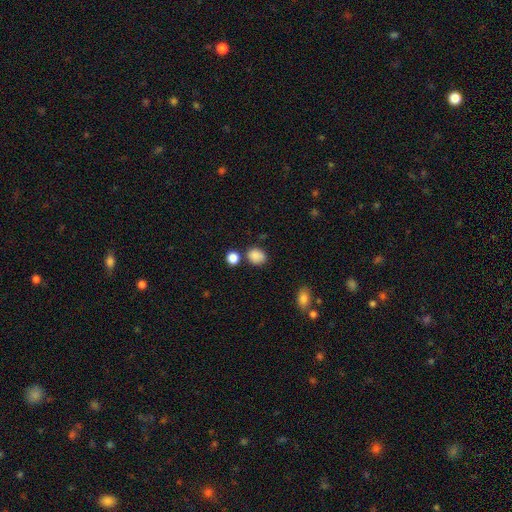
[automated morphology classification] smooth-or-featured: smooth: 86% | star or artifact: 10% | featured or disk: 4%
  how-rounded: in between: 51% | round: 48% | cigar-shaped: 1%
  merging: none: 71% | minor disturbance: 15% | merger: 10% | major disturbance: 4%